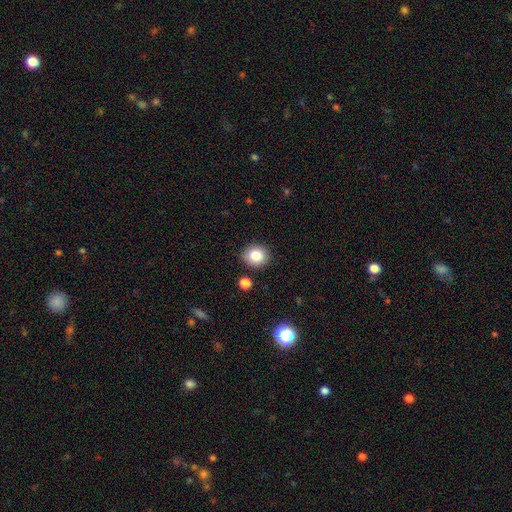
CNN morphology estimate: Smooth or featured? Predicted: smooth (p=0.83). How rounded? Predicted: round (p=0.75). Merging? Predicted: none (p=0.87).